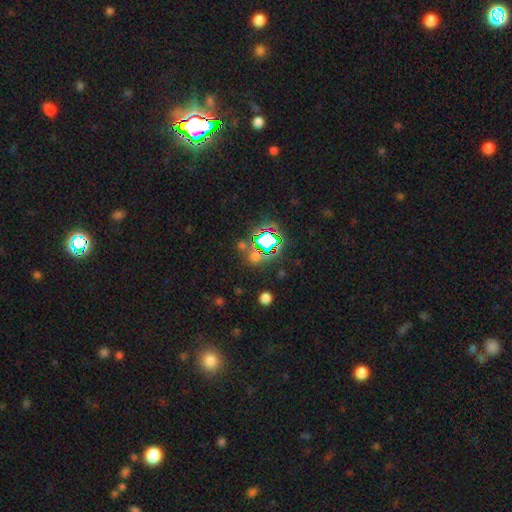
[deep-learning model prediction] Q: Smooth or featured?
A: star or artifact (60%); runner-up: smooth (31%)